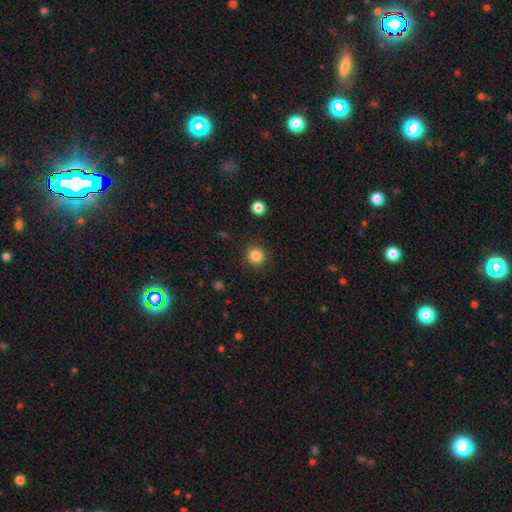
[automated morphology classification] A smooth galaxy with no disk features (85%) that is round (89%). Merging: none (89%).